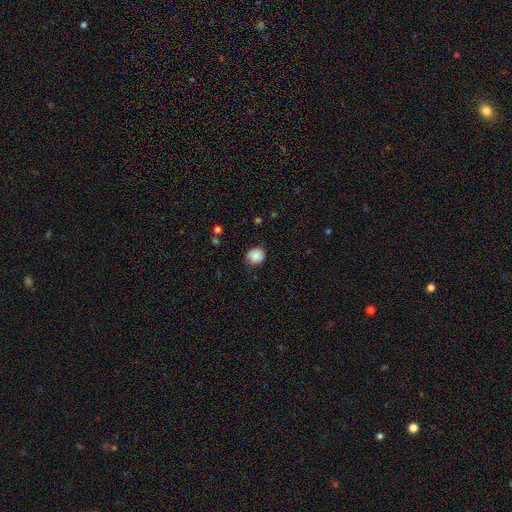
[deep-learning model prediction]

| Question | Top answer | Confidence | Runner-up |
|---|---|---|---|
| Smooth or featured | smooth | 84% | star or artifact (8%) |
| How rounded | round | 78% | in between (21%) |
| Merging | none | 77% | minor disturbance (18%) |